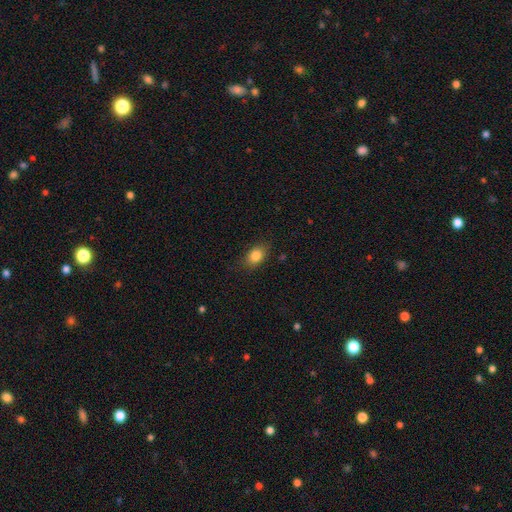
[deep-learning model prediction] Overall: smooth (84%). How rounded: in between (76%). Merging: none (82%).